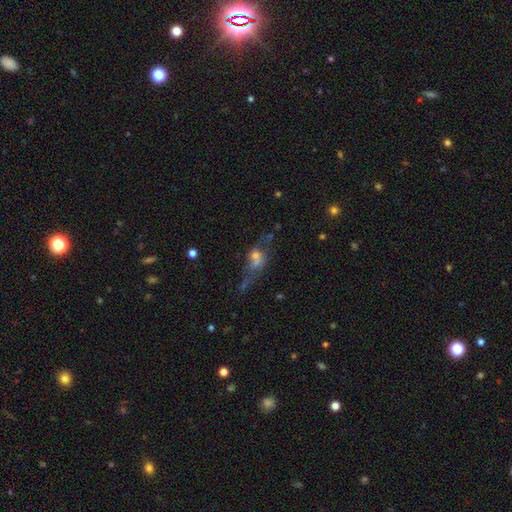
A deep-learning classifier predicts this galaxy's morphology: This is marginally a smooth galaxy (44%). Merging: marginally merger (40%).